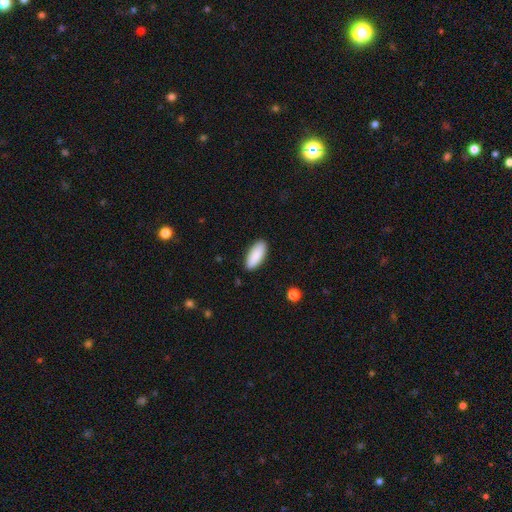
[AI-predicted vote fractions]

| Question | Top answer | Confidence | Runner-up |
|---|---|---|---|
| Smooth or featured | smooth | 90% | star or artifact (6%) |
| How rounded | in between | 80% | cigar-shaped (18%) |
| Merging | none | 89% | minor disturbance (8%) |